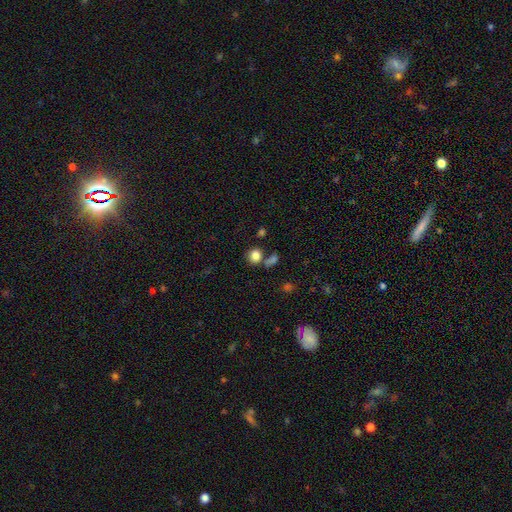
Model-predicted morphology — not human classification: smooth-or-featured: smooth: 83% | star or artifact: 11% | featured or disk: 6%
  how-rounded: round: 74% | in between: 24% | cigar-shaped: 1%
  merging: none: 63% | merger: 19% | minor disturbance: 12% | major disturbance: 5%